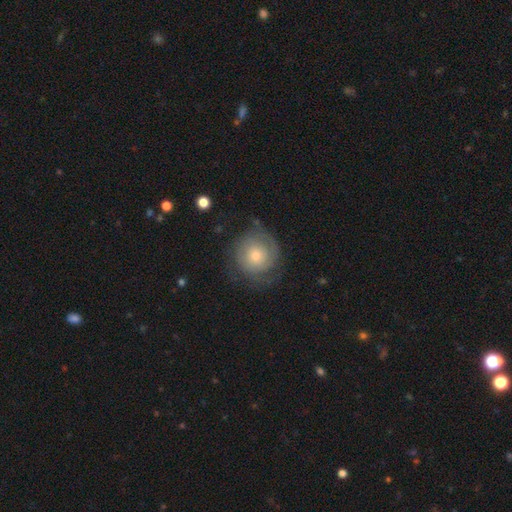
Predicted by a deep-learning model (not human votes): Smooth or featured? featured or disk (59%)
Edge-on disk? no (97%)
Bar? no (83%)
Spiral arms? yes (82%)
Bulge size? small (53%)
Merging? none (71%)